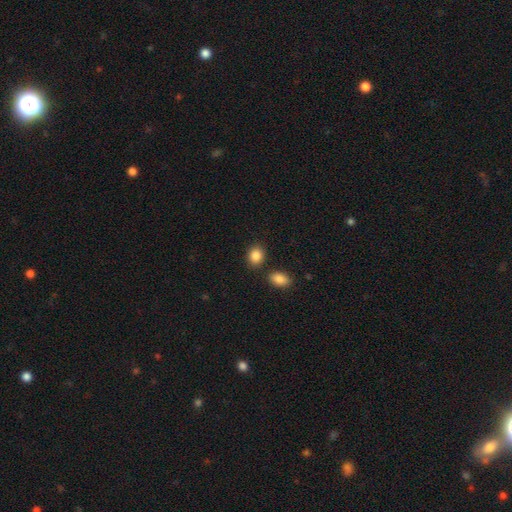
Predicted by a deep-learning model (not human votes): The model was most divided on "how rounded": round: 52%, in between: 46%, cigar-shaped: 1%. More confident: smooth or featured — smooth (87%); merging — none (79%).